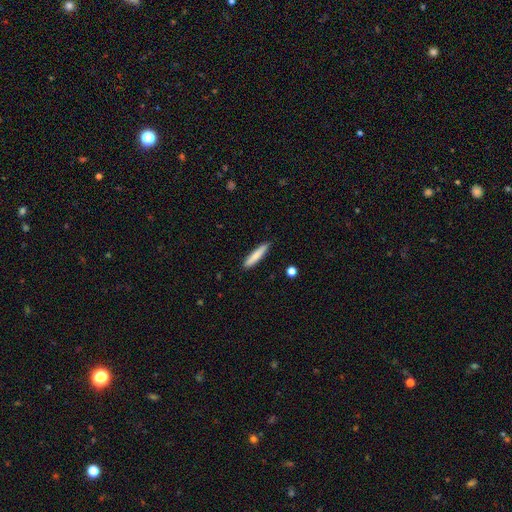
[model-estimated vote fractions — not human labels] smooth-or-featured: smooth: 80% | featured or disk: 14% | star or artifact: 6%
  how-rounded: cigar-shaped: 89% | in between: 9% | round: 1%
  merging: none: 89% | minor disturbance: 8% | major disturbance: 2% | merger: 1%